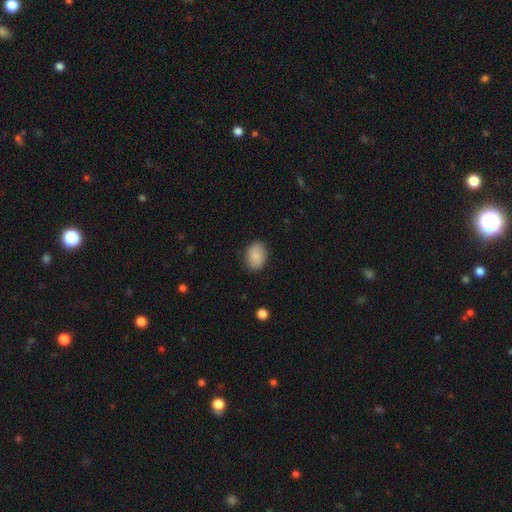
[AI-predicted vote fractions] smooth 83%, featured or disk 10%, star or artifact 7%. Down the decision tree: how rounded — in between (72%); merging — none (84%).